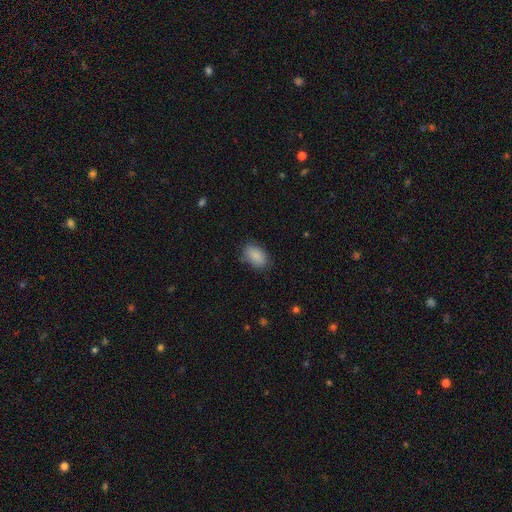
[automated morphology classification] Q: Smooth or featured?
A: smooth (88%); runner-up: star or artifact (7%)
Q: How rounded?
A: in between (89%); runner-up: round (10%)
Q: Merging?
A: none (76%); runner-up: minor disturbance (18%)